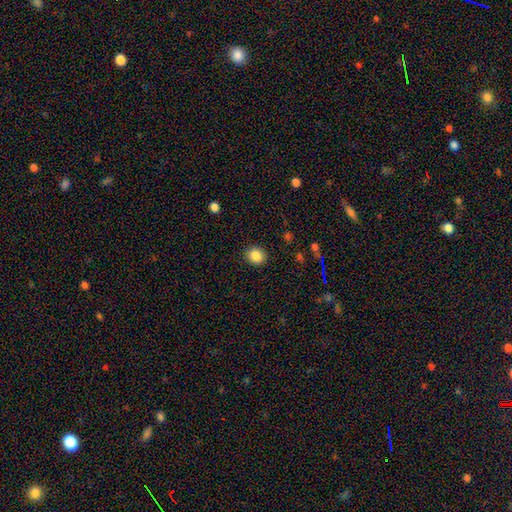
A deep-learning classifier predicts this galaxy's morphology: A smooth galaxy with no disk features (85%) that is round (79%).

Vote fractions:
- Smooth or featured? smooth: 85% / star or artifact: 10% / featured or disk: 4%
- How rounded? round: 79% / in between: 20% / cigar-shaped: 1%
- Merging? none: 91% / minor disturbance: 6% / major disturbance: 2% / merger: 1%